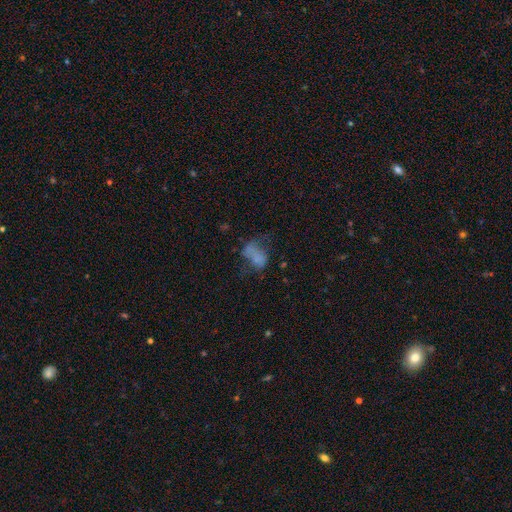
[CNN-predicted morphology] Smooth or featured: smooth — 50% (featured or disk — 32%)
How rounded: in between — 83% (round — 14%)
Merging: major disturbance — 40% (none — 28%)